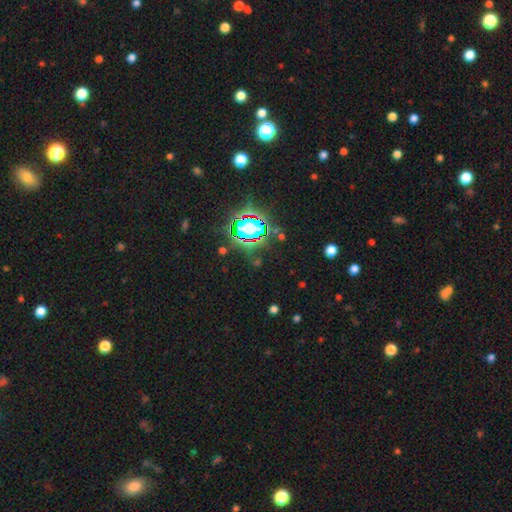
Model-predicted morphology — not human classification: type=star or artifact (80%).